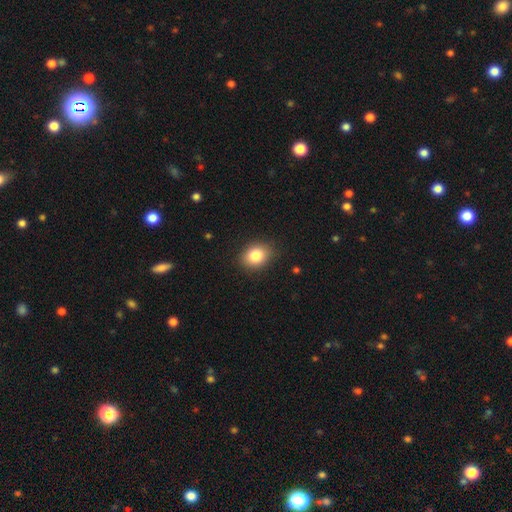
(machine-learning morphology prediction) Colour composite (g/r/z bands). It shows a smooth galaxy with no disk features (84%) that is in between round and cigar-shaped (55%). Merging: none (86%).